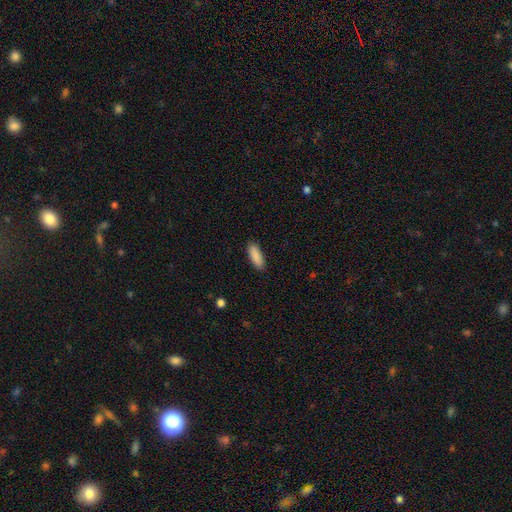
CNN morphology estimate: smooth-or-featured: smooth: 90% | star or artifact: 6% | featured or disk: 4%
  how-rounded: in between: 59% | cigar-shaped: 40% | round: 2%
  merging: none: 89% | minor disturbance: 8% | major disturbance: 2% | merger: 1%